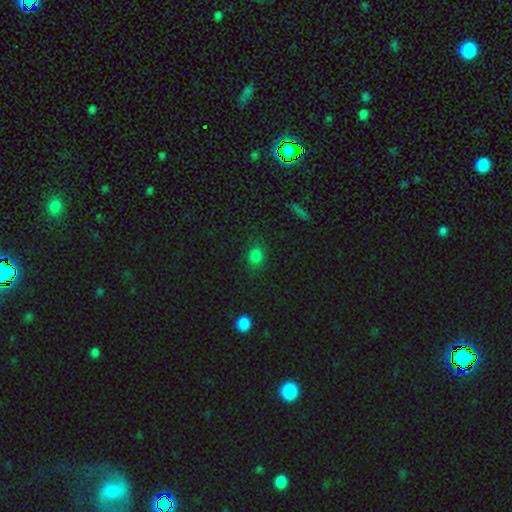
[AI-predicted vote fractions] This is likely a smooth galaxy (78%). How rounded: possibly round (53%). Merging: clearly none (80%).